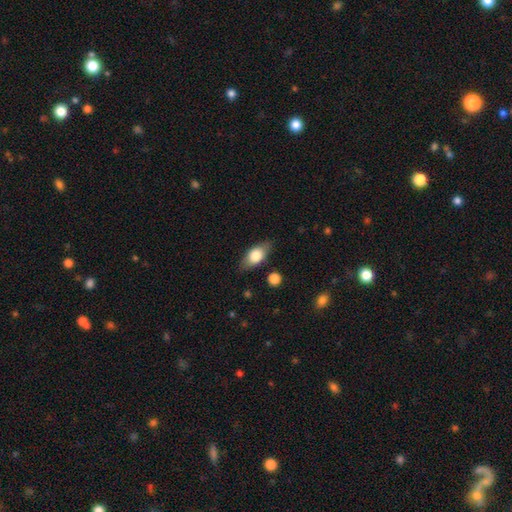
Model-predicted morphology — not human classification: type=smooth (72%); roundness=in between (84%); merging=none (81%).